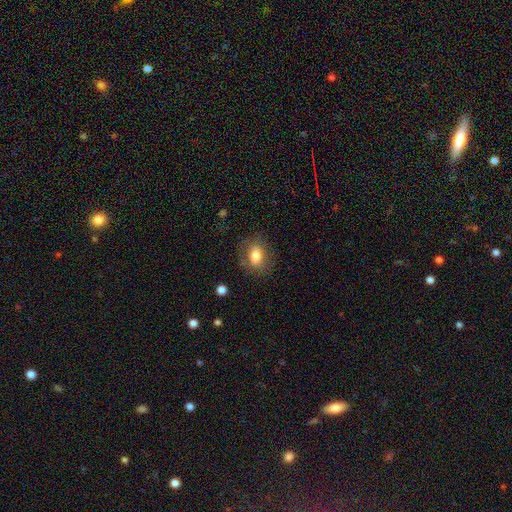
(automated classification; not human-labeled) This is likely a smooth galaxy (74%). How rounded: likely in between (66%). Merging: likely none (76%).